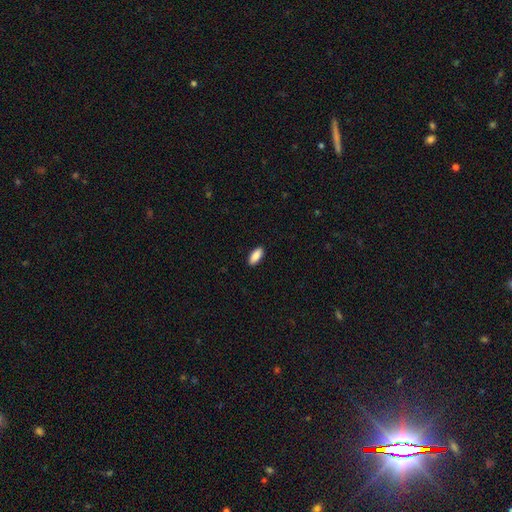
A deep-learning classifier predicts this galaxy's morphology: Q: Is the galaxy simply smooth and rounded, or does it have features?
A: smooth — 89%.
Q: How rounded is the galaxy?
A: in between — 80%.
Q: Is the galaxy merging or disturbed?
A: none — 91%.